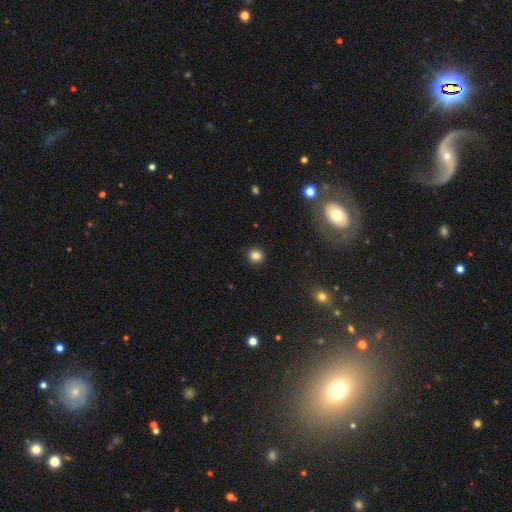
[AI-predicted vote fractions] Smooth or featured? smooth (85%)
How rounded? round (89%)
Merging? none (92%)